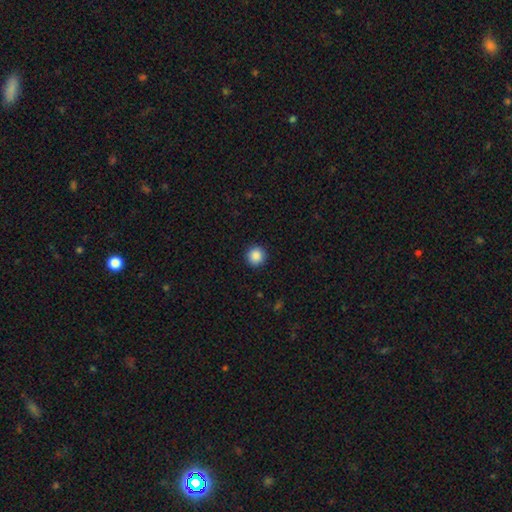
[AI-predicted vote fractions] Smooth or featured: smooth — 88% (star or artifact — 9%)
How rounded: round — 95% (in between — 4%)
Merging: none — 93% (minor disturbance — 5%)